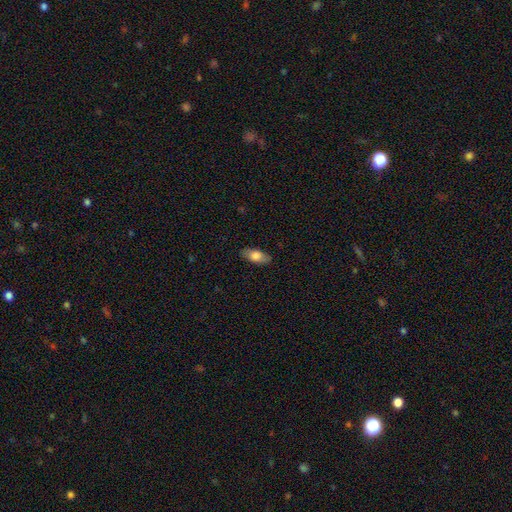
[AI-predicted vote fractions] This is likely a smooth galaxy (76%). How rounded: clearly in between (85%). Merging: clearly none (85%).